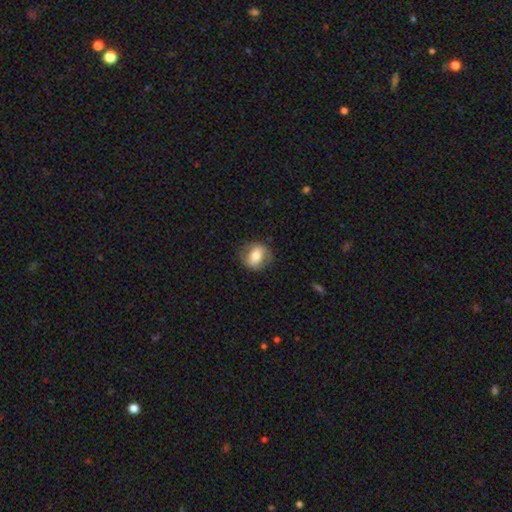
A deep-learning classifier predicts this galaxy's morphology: This is likely a smooth galaxy (60%). How rounded: possibly round (56%). Merging: likely none (77%).